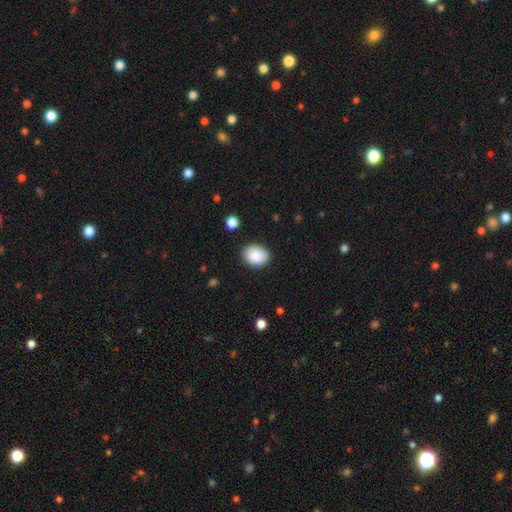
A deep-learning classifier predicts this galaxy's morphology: Smooth or featured? Predicted: smooth (p=0.88). How rounded? Predicted: in between (p=0.71). Merging? Predicted: none (p=0.87).